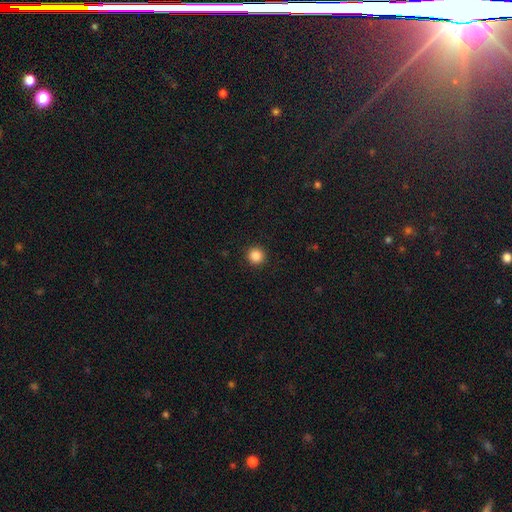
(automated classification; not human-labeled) smooth-or-featured: smooth: 86% | star or artifact: 11% | featured or disk: 3%
  how-rounded: round: 95% | in between: 4% | cigar-shaped: 1%
  merging: none: 93% | minor disturbance: 4% | major disturbance: 2% | merger: 1%